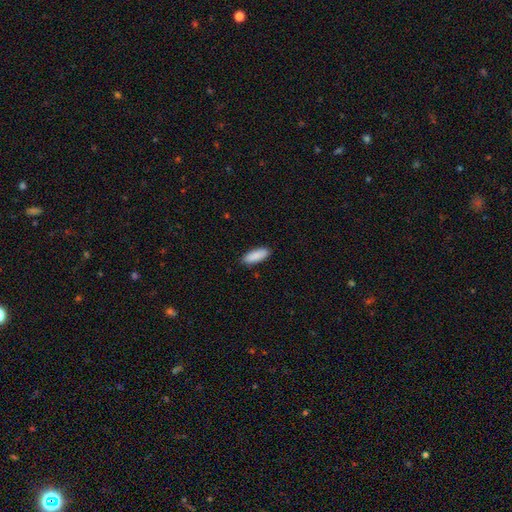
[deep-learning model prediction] Smooth or featured?
  - smooth: 90% *
  - star or artifact: 6%
  - featured or disk: 4%
How rounded?
  - in between: 73% *
  - cigar-shaped: 25%
  - round: 2%
Merging?
  - none: 89% *
  - minor disturbance: 8%
  - major disturbance: 2%
  - merger: 1%